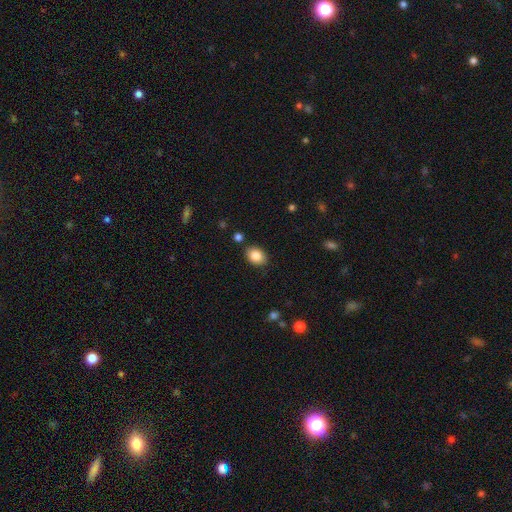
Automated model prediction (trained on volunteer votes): This is clearly a smooth galaxy (85%). How rounded: likely in between (70%). Merging: clearly none (85%).